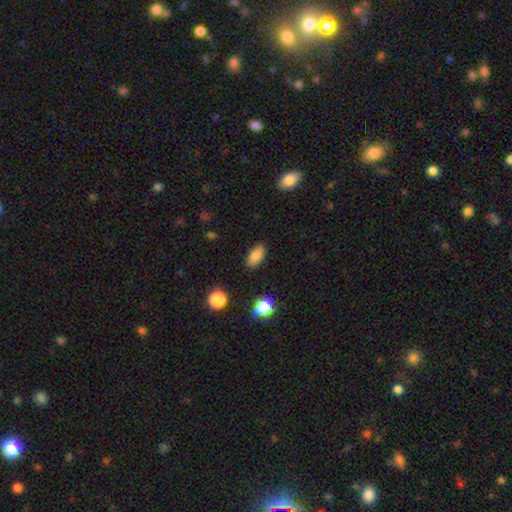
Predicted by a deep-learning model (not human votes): smooth-or-featured: smooth: 83% | star or artifact: 10% | featured or disk: 7%
  how-rounded: in between: 91% | round: 6% | cigar-shaped: 3%
  merging: none: 86% | minor disturbance: 10% | major disturbance: 3% | merger: 1%